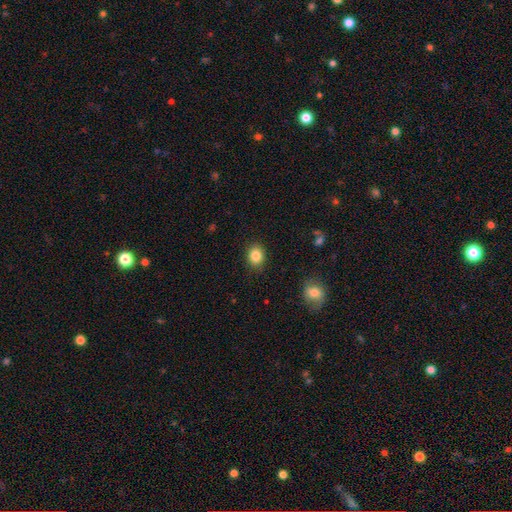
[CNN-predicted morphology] A smooth galaxy with no disk features (85%) that is round (58%). Merging: none (88%).